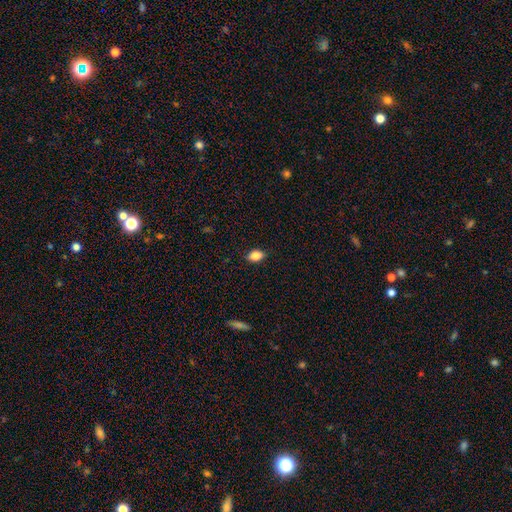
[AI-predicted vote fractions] Morphology: type=smooth (84%); roundness=in between (84%); merging=none (87%).